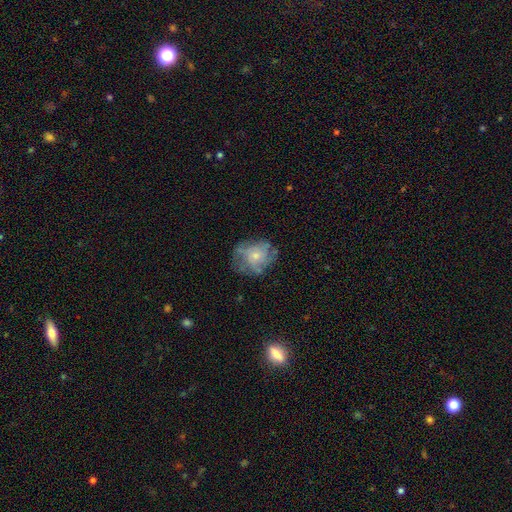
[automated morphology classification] featured or disk 54%, smooth 36%, star or artifact 10%. Down the decision tree: edge-on disk — no (98%); bar — no (85%); spiral arms — yes (61%); bulge size — small (59%); merging — none (59%).